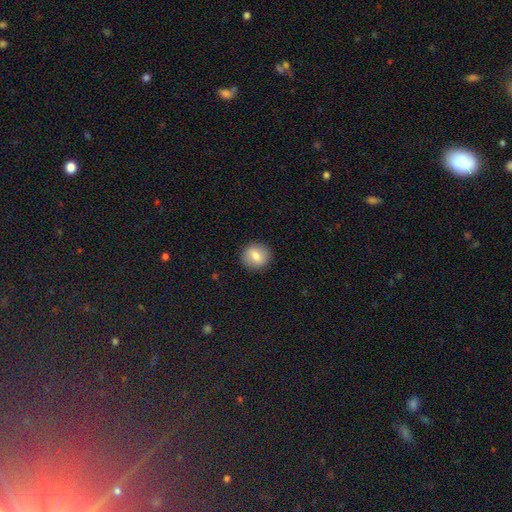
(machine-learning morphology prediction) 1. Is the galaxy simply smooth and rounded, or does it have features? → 77% smooth, 14% featured or disk, 9% star or artifact.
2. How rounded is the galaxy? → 88% round, 11% in between, 1% cigar-shaped.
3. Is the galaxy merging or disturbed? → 90% none, 6% minor disturbance, 2% major disturbance, 1% merger.